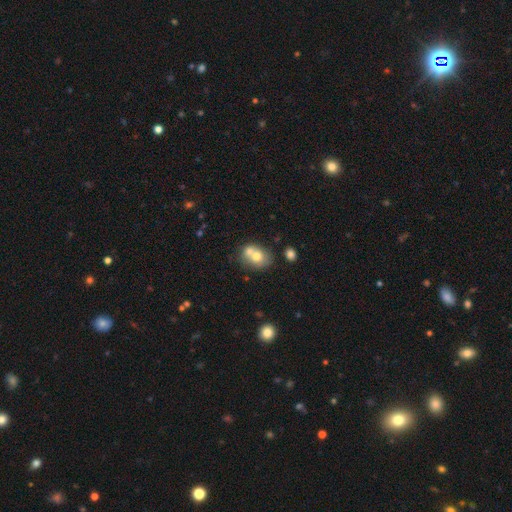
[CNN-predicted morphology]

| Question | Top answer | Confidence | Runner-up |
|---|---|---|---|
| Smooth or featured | smooth | 67% | featured or disk (24%) |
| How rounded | round | 53% | in between (47%) |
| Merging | merger | 55% | none (32%) |